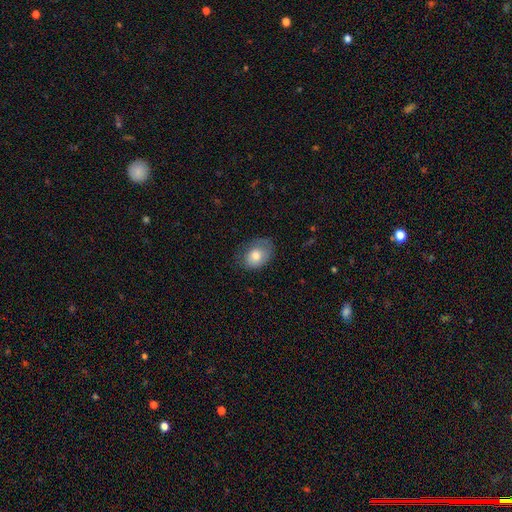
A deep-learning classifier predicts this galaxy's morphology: Overall: smooth (73%). How rounded: in between (68%; round 31%). Merging: none (56%; minor disturbance 30%).